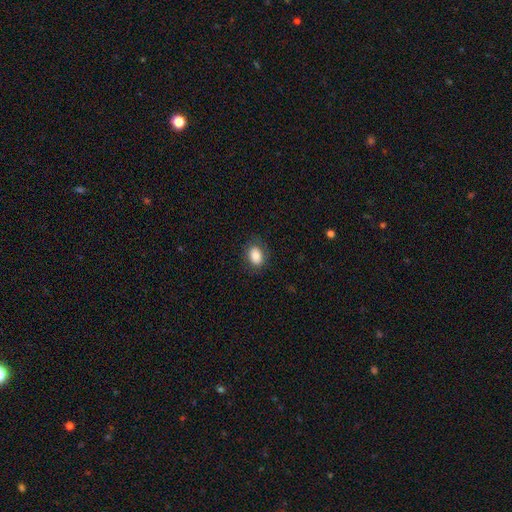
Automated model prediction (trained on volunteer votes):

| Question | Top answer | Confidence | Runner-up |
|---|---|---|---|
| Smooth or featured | smooth | 84% | star or artifact (8%) |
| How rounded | in between | 80% | round (19%) |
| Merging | none | 82% | minor disturbance (13%) |